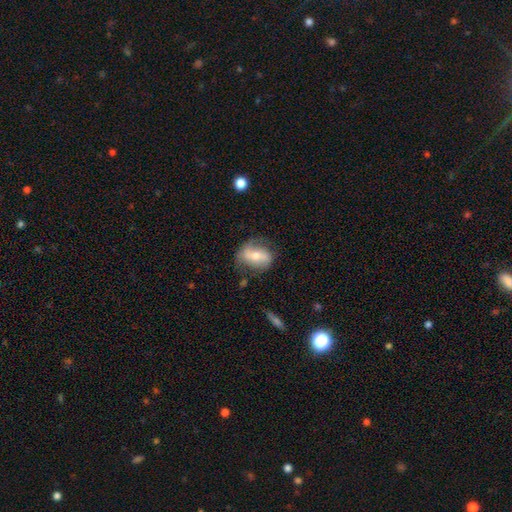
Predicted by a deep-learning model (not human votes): smooth_or_featured: featured or disk (p=0.55) [alt: smooth p=0.37]
disk_edge_on: no (p=0.93) [alt: yes p=0.07]
bar: no (p=0.36) [alt: weak p=0.33]
has_spiral_arms: yes (p=0.76) [alt: no p=0.24]
bulge_size: moderate (p=0.53) [alt: small p=0.41]
merging: none (p=0.64) [alt: minor disturbance p=0.24]